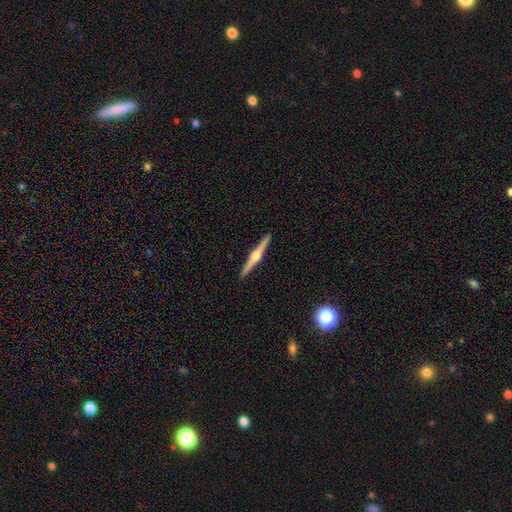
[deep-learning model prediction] Smooth or featured? featured or disk (83%)
Edge-on disk? yes (99%)
Edge-on bulge? rounded (95%)
Merging? none (93%)